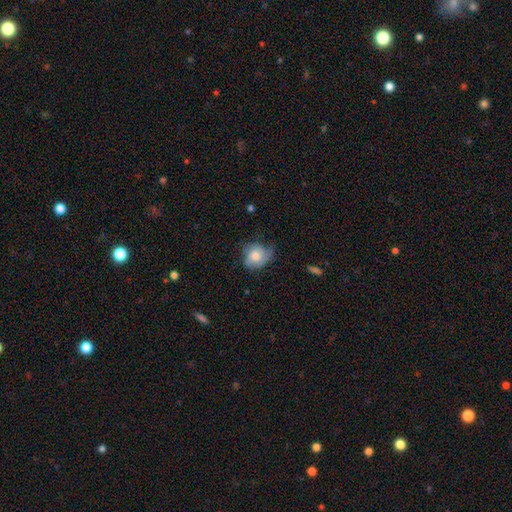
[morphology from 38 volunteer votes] A smooth galaxy with no disk features (58%) that is round (59%). Merging: none (54%).